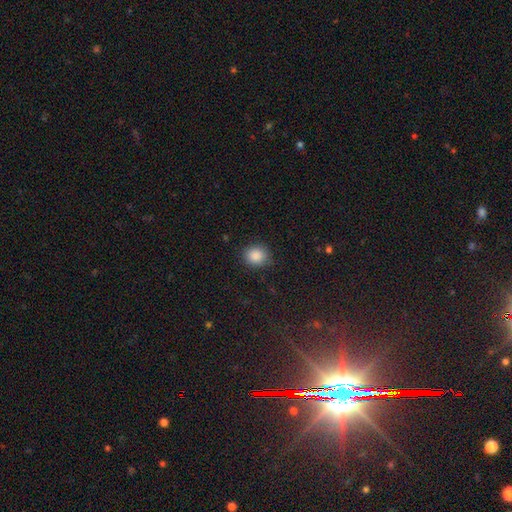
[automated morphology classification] Q: Smooth or featured?
A: smooth (87%); runner-up: star or artifact (9%)
Q: How rounded?
A: round (80%); runner-up: in between (19%)
Q: Merging?
A: none (85%); runner-up: minor disturbance (11%)